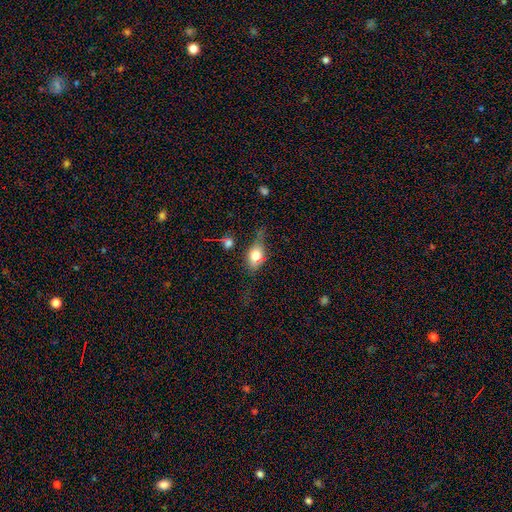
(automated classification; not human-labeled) Overall: smooth (68%). How rounded: in between (76%). Merging: none (53%; minor disturbance 28%).